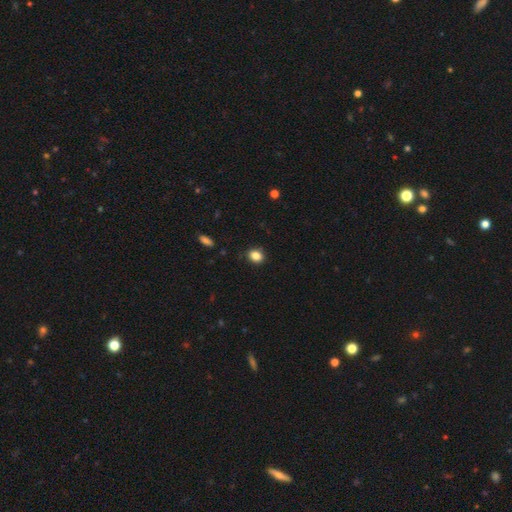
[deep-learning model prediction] Overall: smooth (85%). How rounded: round (56%; in between 43%). Merging: none (88%).